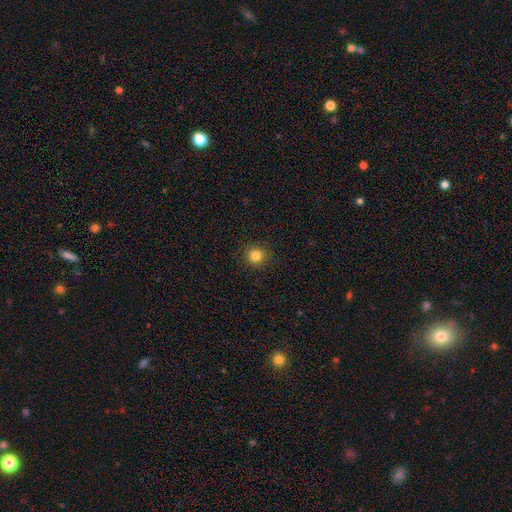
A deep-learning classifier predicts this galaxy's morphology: This is clearly a smooth galaxy (84%). How rounded: clearly round (94%). Merging: clearly none (92%).